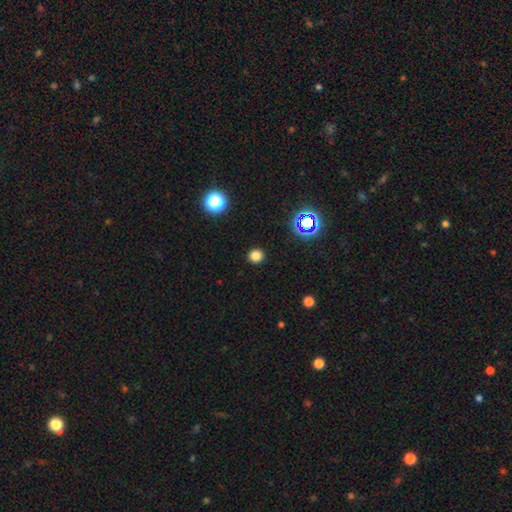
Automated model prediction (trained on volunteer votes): This appears to be a smooth galaxy with no disk features (79%) that is round (92%). Merging: none (92%).